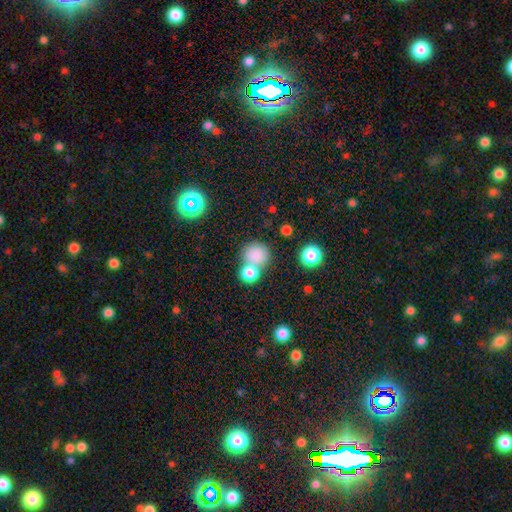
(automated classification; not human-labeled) Q: Smooth or featured?
A: smooth (80%); runner-up: star or artifact (13%)
Q: How rounded?
A: round (87%); runner-up: in between (12%)
Q: Merging?
A: none (53%); runner-up: merger (34%)